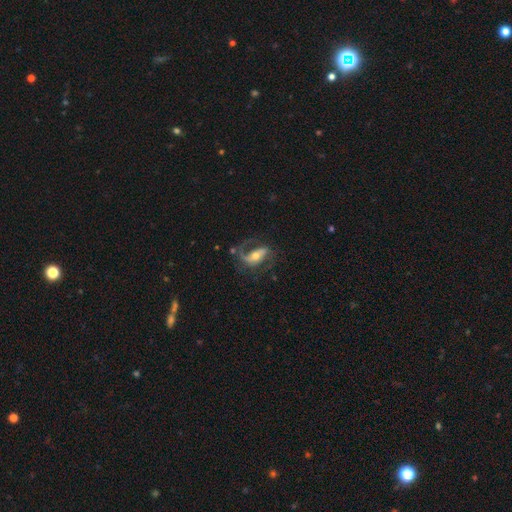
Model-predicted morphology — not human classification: Smooth or featured? Predicted: featured or disk (p=0.79). Edge-on disk? Predicted: no (p=0.93). Bar? Predicted: strong (p=0.46). Spiral arms? Predicted: yes (p=0.91). Spiral winding? Predicted: medium (p=0.44). Spiral arm count? Predicted: 2 (p=0.67). Bulge size? Predicted: moderate (p=0.63). Merging? Predicted: none (p=0.56).